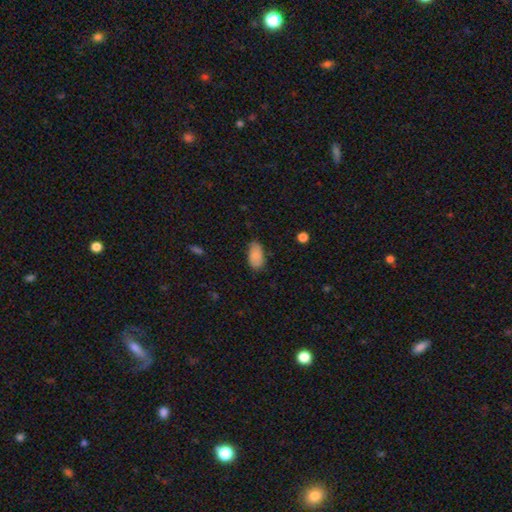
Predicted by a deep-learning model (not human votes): The model was most divided on "merging": none: 72%, minor disturbance: 22%, major disturbance: 4%, merger: 1%. More confident: how rounded — in between (94%); smooth or featured — smooth (84%).